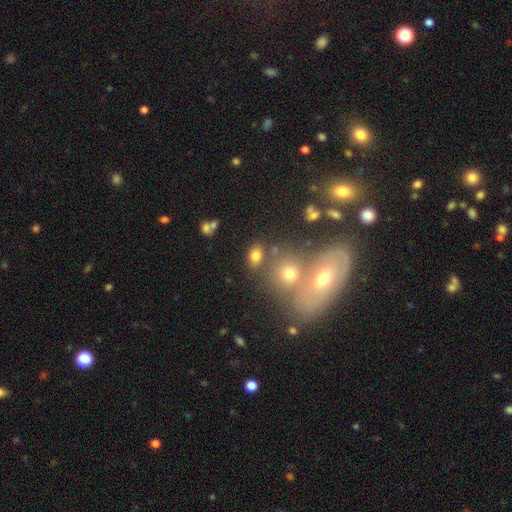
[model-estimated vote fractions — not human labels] Smooth or featured? smooth (76%)
How rounded? in between (78%)
Merging? none (71%)